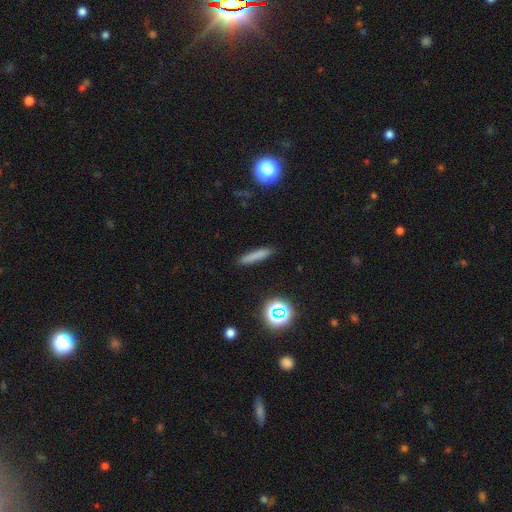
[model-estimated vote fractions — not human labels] A smooth galaxy with no disk features (76%) that is cigar-shaped (89%). Merging: none (89%).